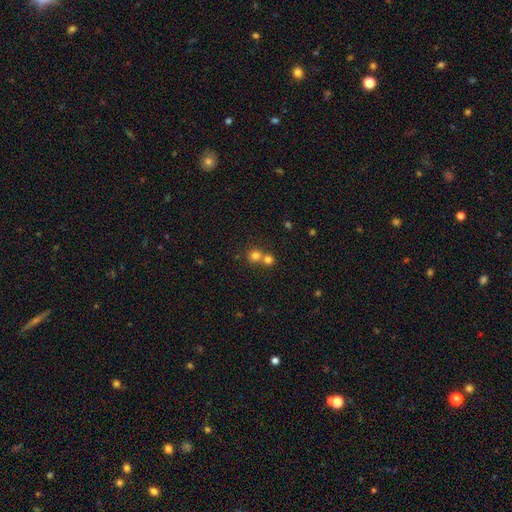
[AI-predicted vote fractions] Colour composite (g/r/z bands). It shows a smooth galaxy with no disk features (76%) that is round (89%). Merging: merger (47%).